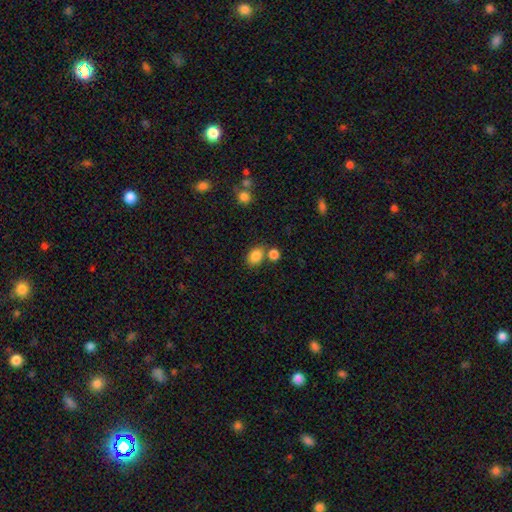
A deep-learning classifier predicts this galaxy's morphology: smooth_or_featured: smooth (p=0.85) [alt: star or artifact p=0.10]
how_rounded: in between (p=0.67) [alt: round p=0.32]
merging: none (p=0.64) [alt: merger p=0.20]